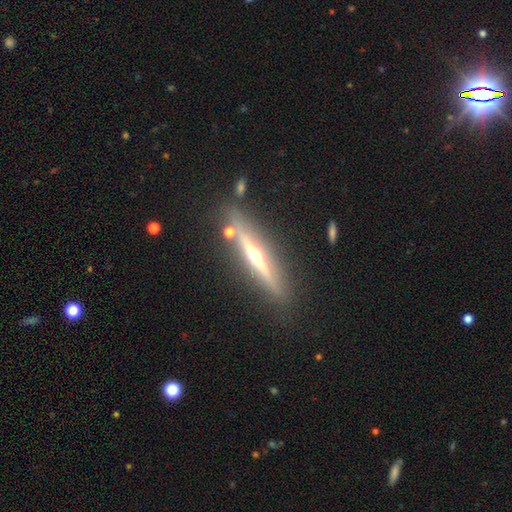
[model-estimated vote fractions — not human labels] Smooth or featured? Predicted: featured or disk (p=0.75). Edge-on disk? Predicted: yes (p=0.95). Edge-on bulge? Predicted: rounded (p=0.91). Merging? Predicted: none (p=0.82).